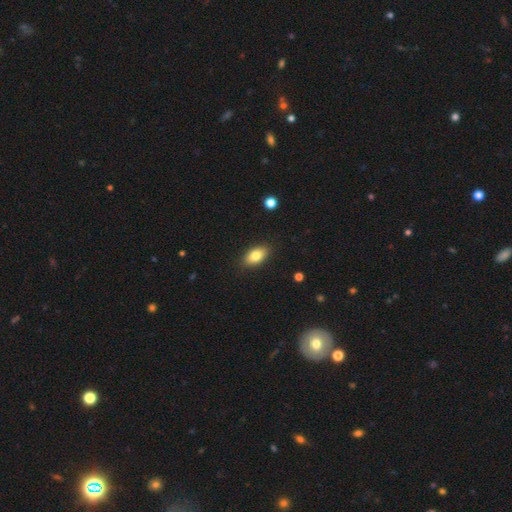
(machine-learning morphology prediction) This is clearly a smooth galaxy (80%). How rounded: clearly in between (89%). Merging: clearly none (88%).